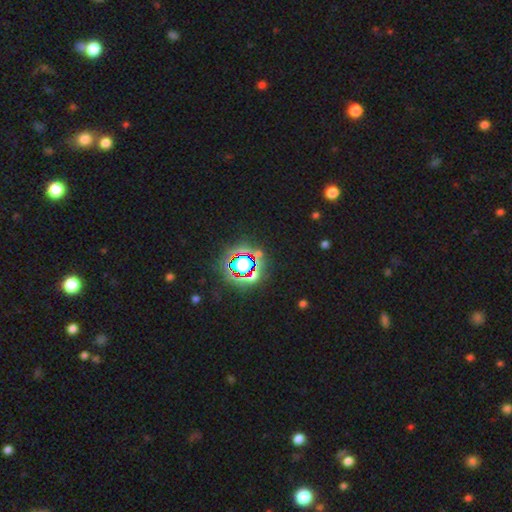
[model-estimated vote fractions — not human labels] Q: Smooth or featured?
A: star or artifact (76%); runner-up: smooth (15%)